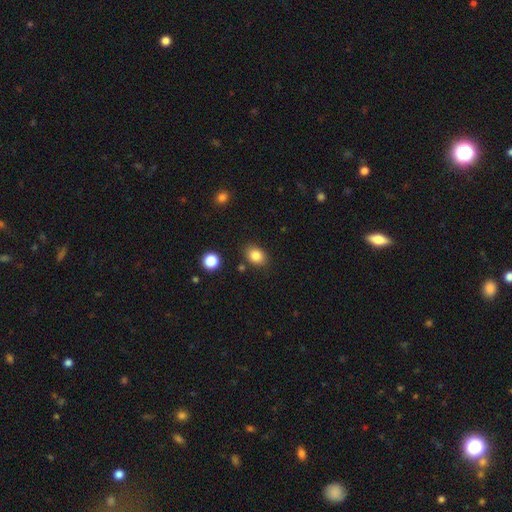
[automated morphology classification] type=smooth (84%); roundness=in between (64%); merging=none (84%).